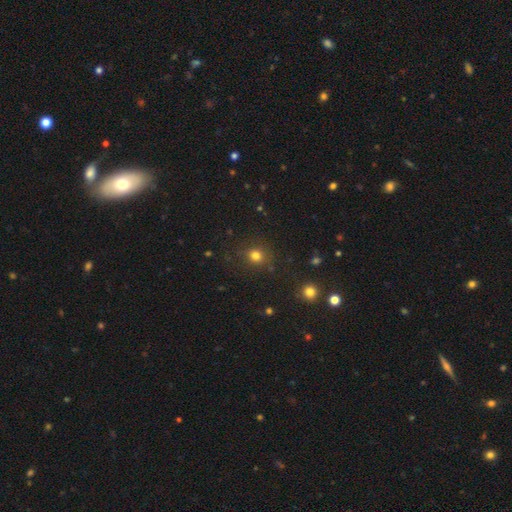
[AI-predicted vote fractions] Q: Smooth or featured?
A: smooth (77%); runner-up: star or artifact (17%)
Q: How rounded?
A: round (78%); runner-up: in between (21%)
Q: Merging?
A: none (83%); runner-up: minor disturbance (10%)